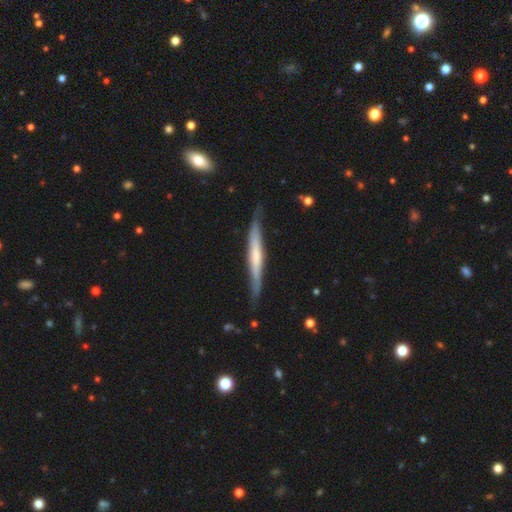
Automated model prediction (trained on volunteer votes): Morphology: type=featured or disk (57%); edge-on=yes (93%); edge-on bulge=none (45%); merging=none (77%).